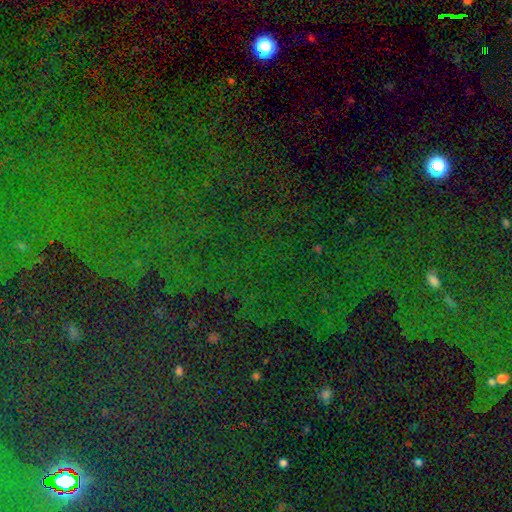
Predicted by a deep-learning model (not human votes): Smooth or featured? Predicted: star or artifact (p=0.79).